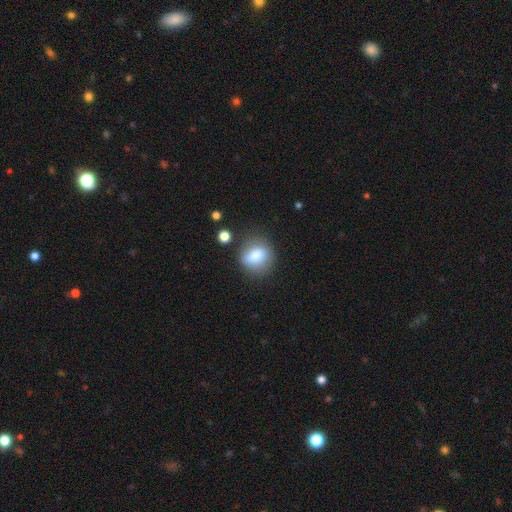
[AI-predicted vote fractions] Smooth or featured?
  - smooth: 78% *
  - featured or disk: 13%
  - star or artifact: 8%
How rounded?
  - round: 59% *
  - in between: 39%
  - cigar-shaped: 2%
Merging?
  - none: 76% *
  - minor disturbance: 16%
  - major disturbance: 5%
  - merger: 3%